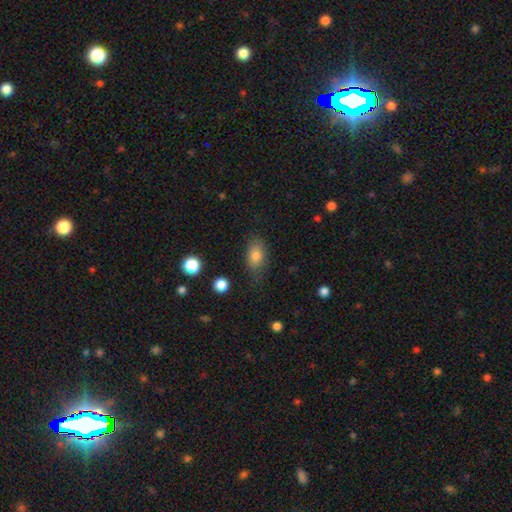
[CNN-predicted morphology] This appears to be a smooth galaxy with no disk features (80%) that is in between round and cigar-shaped (84%). Merging: none (70%).